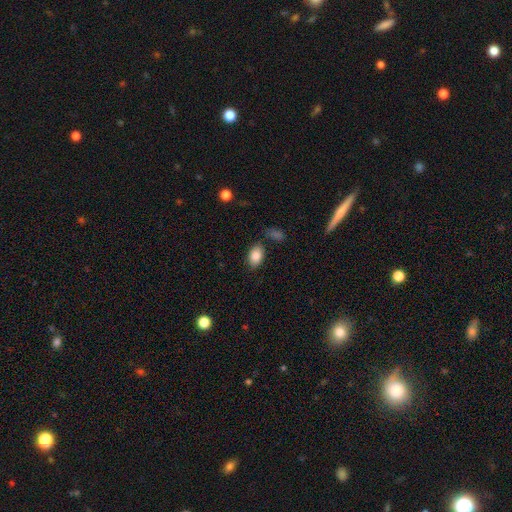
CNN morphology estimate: smooth_or_featured: smooth (p=0.86) [alt: star or artifact p=0.07]
how_rounded: in between (p=0.90) [alt: round p=0.09]
merging: none (p=0.79) [alt: minor disturbance p=0.13]